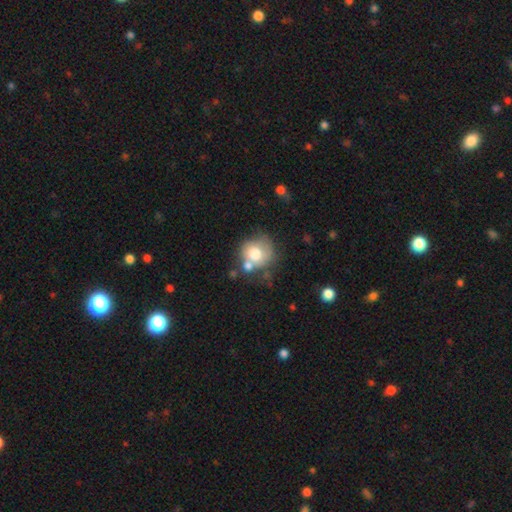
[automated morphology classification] This is likely a smooth galaxy (69%). How rounded: clearly round (81%). Merging: marginally none (44%).